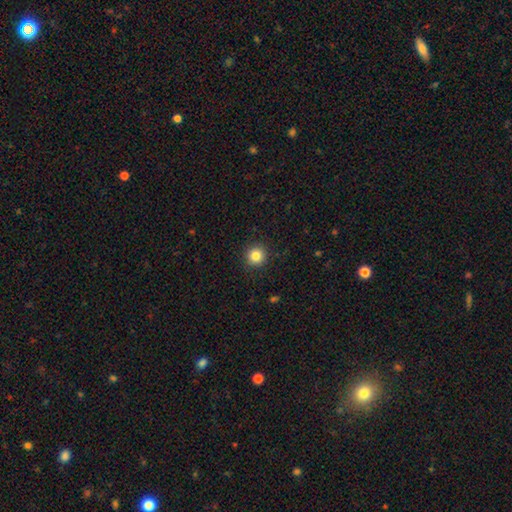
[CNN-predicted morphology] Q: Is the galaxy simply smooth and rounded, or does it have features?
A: smooth — 84%.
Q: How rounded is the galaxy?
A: round — 94%.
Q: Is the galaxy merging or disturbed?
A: none — 92%.